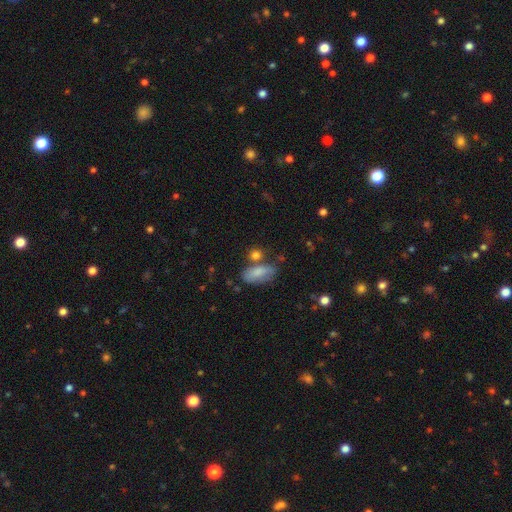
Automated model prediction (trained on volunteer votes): Smooth or featured? Predicted: smooth (p=0.79). How rounded? Predicted: in between (p=0.62). Merging? Predicted: none (p=0.58).